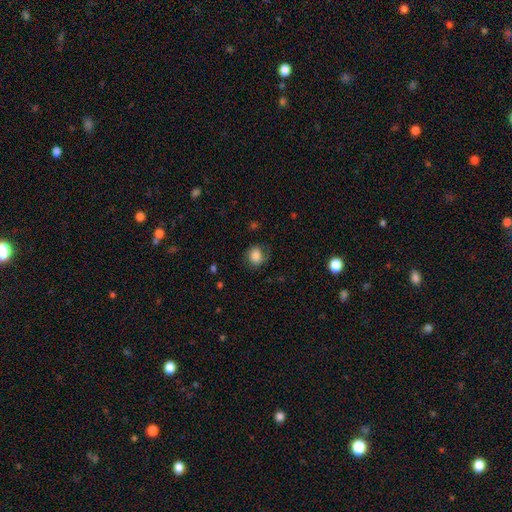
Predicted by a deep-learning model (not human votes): Overall: smooth (74%). How rounded: round (68%; in between 31%). Merging: none (66%).